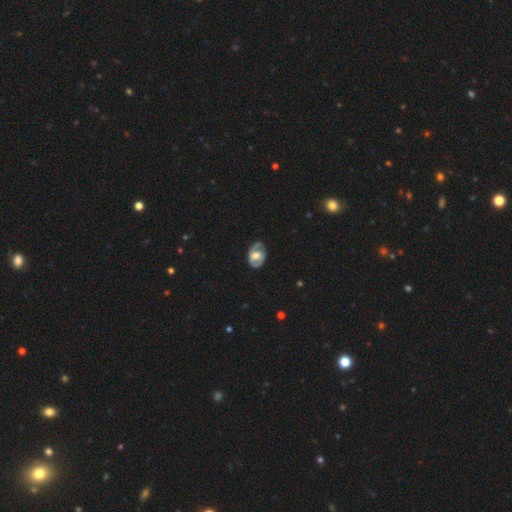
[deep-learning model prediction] Smooth or featured?
  - featured or disk: 63% *
  - smooth: 32%
  - star or artifact: 6%
Edge-on disk?
  - no: 95% *
  - yes: 5%
Bar?
  - weak: 41% *
  - no: 40%
  - strong: 19%
Spiral arms?
  - yes: 64% *
  - no: 36%
Bulge size?
  - moderate: 52% *
  - large: 28%
  - small: 14%
  - none: 4%
  - dominant: 2%
Merging?
  - none: 64% *
  - minor disturbance: 26%
  - major disturbance: 9%
  - merger: 2%